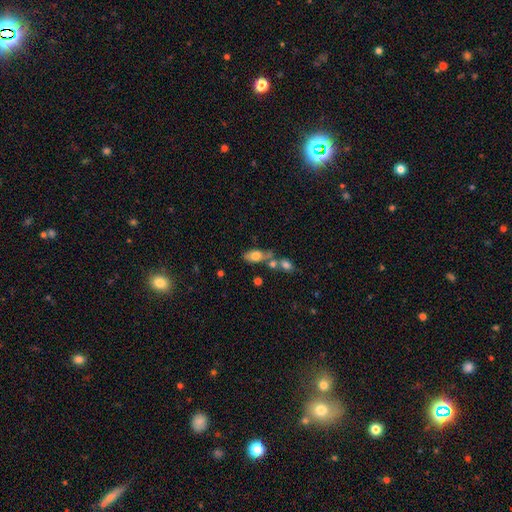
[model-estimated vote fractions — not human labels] smooth_or_featured: smooth (p=0.71) [alt: featured or disk p=0.20]
how_rounded: in between (p=0.87) [alt: cigar-shaped p=0.07]
merging: none (p=0.41) [alt: merger p=0.35]